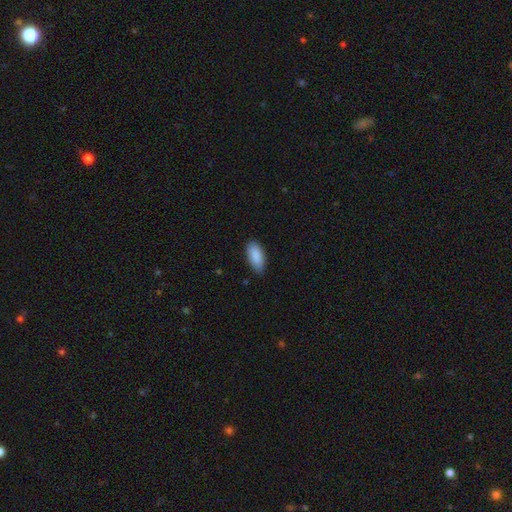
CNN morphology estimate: A smooth galaxy with no disk features (89%) that is in between round and cigar-shaped (90%).

Vote fractions:
- Smooth or featured? smooth: 89% / star or artifact: 6% / featured or disk: 5%
- How rounded? in between: 90% / cigar-shaped: 8% / round: 2%
- Merging? none: 77% / minor disturbance: 19% / major disturbance: 2% / merger: 1%